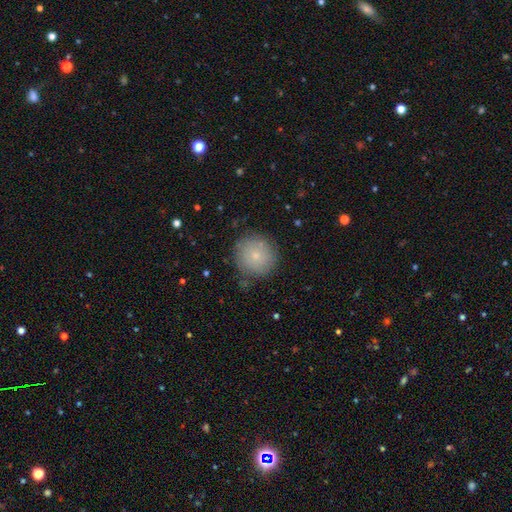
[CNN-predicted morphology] Smooth or featured: smooth — 76% (featured or disk — 15%)
How rounded: round — 93% (in between — 6%)
Merging: none — 82% (minor disturbance — 13%)